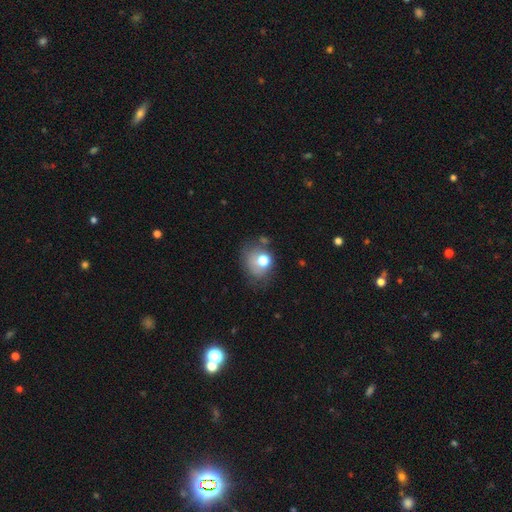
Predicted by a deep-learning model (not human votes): A smooth galaxy with no disk features (65%) that is round (64%).

Vote fractions:
- Smooth or featured? smooth: 65% / featured or disk: 19% / star or artifact: 16%
- How rounded? round: 64% / in between: 35% / cigar-shaped: 1%
- Merging? none: 58% / minor disturbance: 24% / major disturbance: 11% / merger: 6%